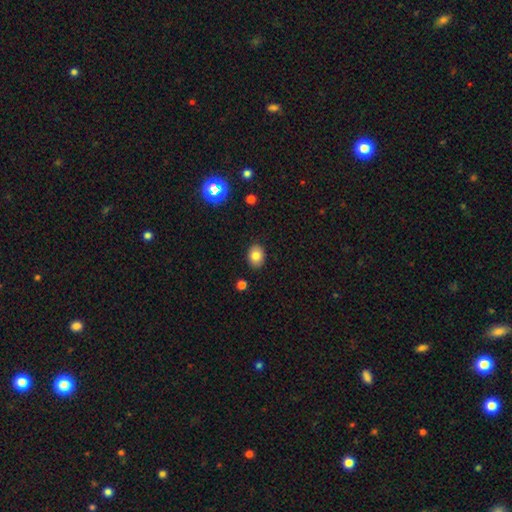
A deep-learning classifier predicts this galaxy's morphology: This is clearly a smooth galaxy (82%). How rounded: likely in between (68%). Merging: clearly none (88%).